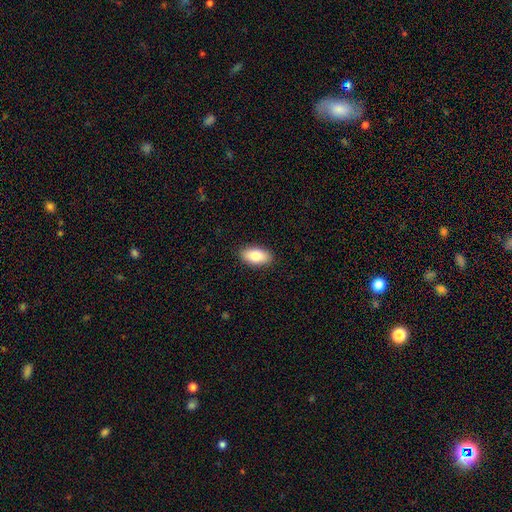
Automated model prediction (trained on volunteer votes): smooth-or-featured: smooth: 82% | featured or disk: 12% | star or artifact: 7%
  how-rounded: in between: 93% | cigar-shaped: 4% | round: 4%
  merging: none: 89% | minor disturbance: 8% | major disturbance: 2% | merger: 1%